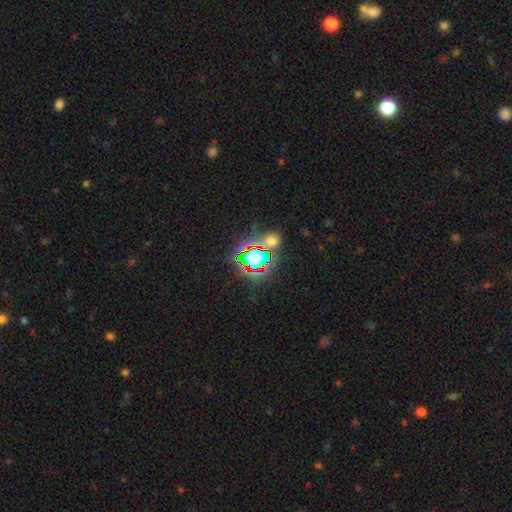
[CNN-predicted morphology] A star or artifact, not a galaxy (80%).

Vote fractions:
- Smooth or featured? star or artifact: 80% / smooth: 12% / featured or disk: 8%